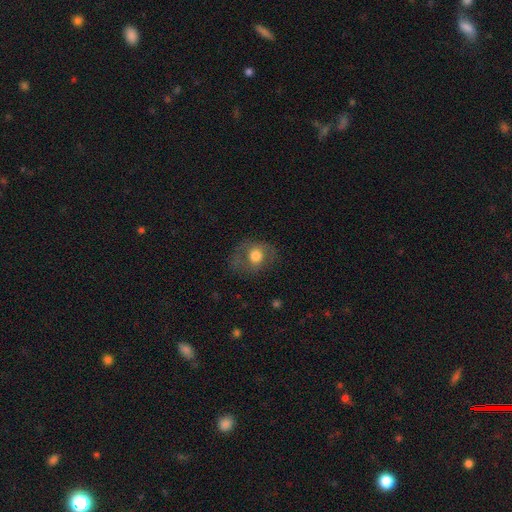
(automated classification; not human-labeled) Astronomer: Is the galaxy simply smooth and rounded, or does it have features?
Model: smooth — 62%.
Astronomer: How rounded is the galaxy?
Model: round — 56% (runner-up: in between, 42%).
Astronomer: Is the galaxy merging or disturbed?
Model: none — 62%.